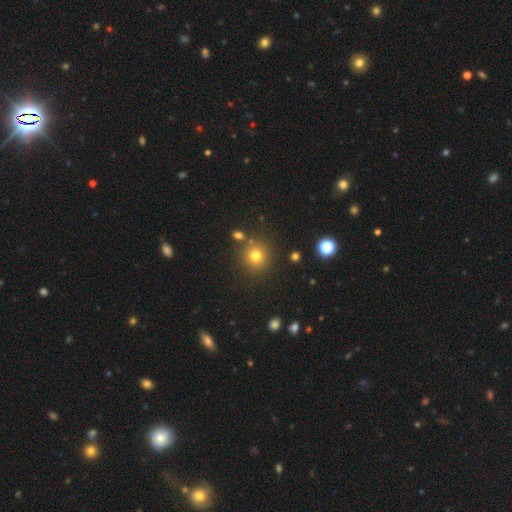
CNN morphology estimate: smooth 77%, star or artifact 16%, featured or disk 8%. Down the decision tree: how rounded — round (92%); merging — none (83%).